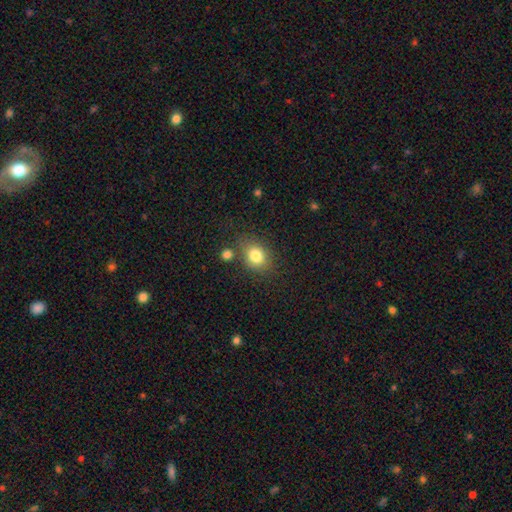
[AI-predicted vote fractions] Q: Smooth or featured?
A: smooth (81%); runner-up: star or artifact (10%)
Q: How rounded?
A: in between (56%); runner-up: round (43%)
Q: Merging?
A: none (69%); runner-up: minor disturbance (16%)